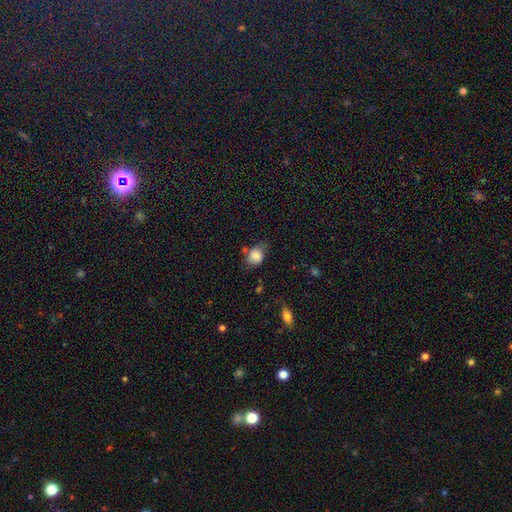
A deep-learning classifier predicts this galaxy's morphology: Smooth or featured? Predicted: smooth (p=0.81). How rounded? Predicted: round (p=0.50). Merging? Predicted: none (p=0.50).